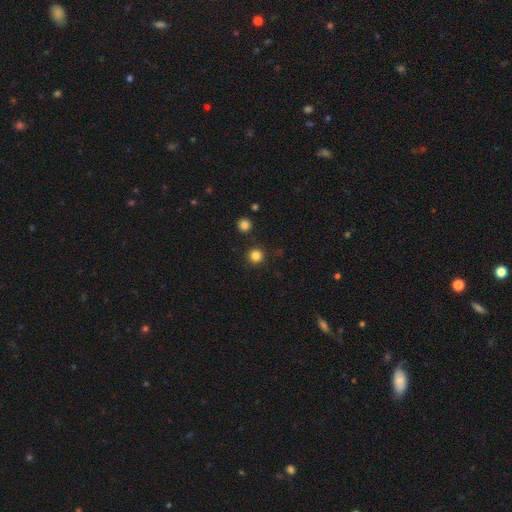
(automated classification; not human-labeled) The model was most divided on "smooth or featured": smooth: 83%, star or artifact: 13%, featured or disk: 4%. More confident: how rounded — round (95%); merging — none (92%).